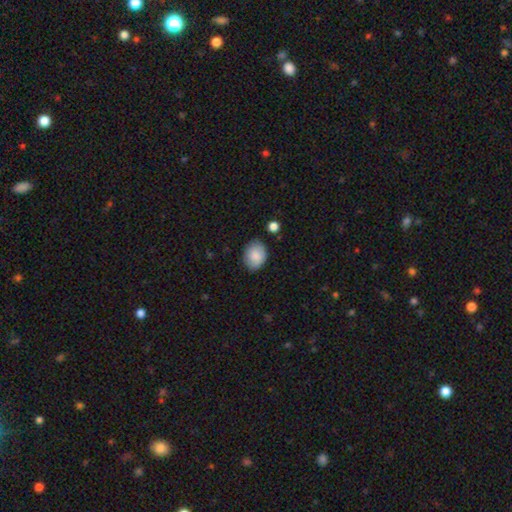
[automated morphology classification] Q: Smooth or featured?
A: smooth (85%); runner-up: featured or disk (8%)
Q: How rounded?
A: in between (65%); runner-up: round (34%)
Q: Merging?
A: none (80%); runner-up: minor disturbance (15%)